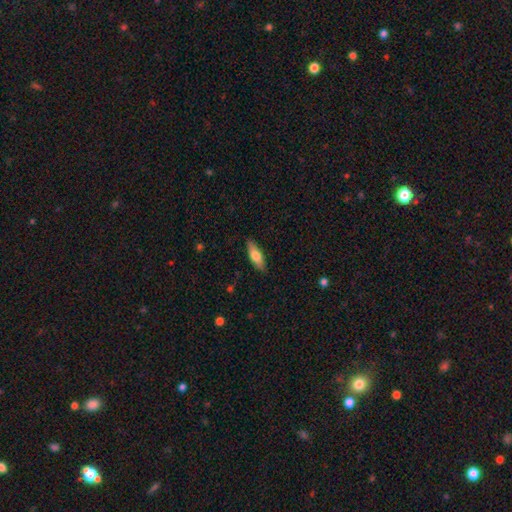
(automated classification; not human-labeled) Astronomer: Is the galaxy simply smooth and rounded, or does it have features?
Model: smooth — 68%.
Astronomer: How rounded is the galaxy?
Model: in between — 57% (runner-up: cigar-shaped, 41%).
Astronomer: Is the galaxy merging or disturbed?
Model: none — 86%.